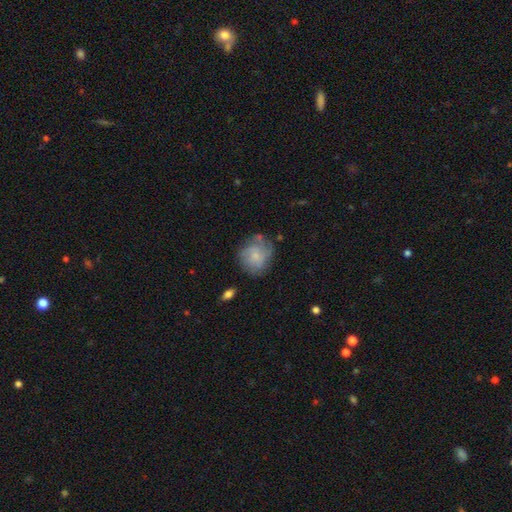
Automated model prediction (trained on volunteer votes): The model was most divided on "smooth or featured": smooth: 56%, featured or disk: 35%, star or artifact: 9%. More confident: how rounded — round (79%); merging — none (59%).